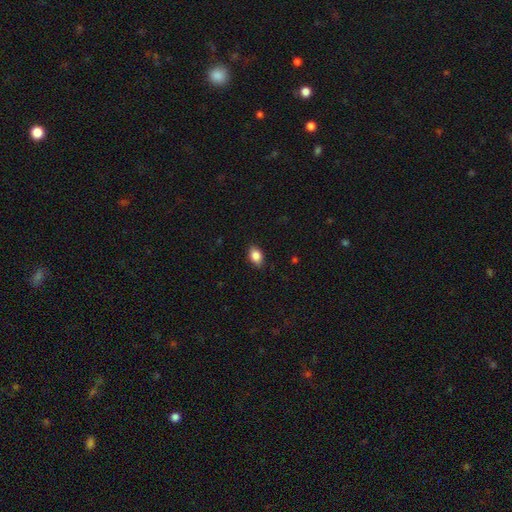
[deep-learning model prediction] Smooth or featured?
  - smooth: 86% *
  - star or artifact: 8%
  - featured or disk: 6%
How rounded?
  - in between: 82% *
  - round: 16%
  - cigar-shaped: 2%
Merging?
  - none: 87% *
  - minor disturbance: 10%
  - major disturbance: 2%
  - merger: 1%